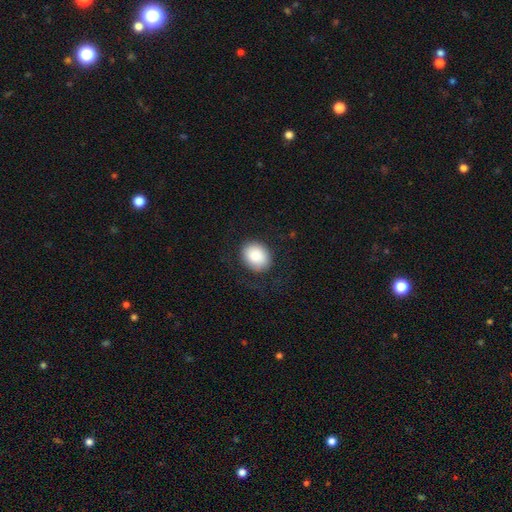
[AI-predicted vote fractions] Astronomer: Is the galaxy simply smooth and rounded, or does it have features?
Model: smooth — 87%.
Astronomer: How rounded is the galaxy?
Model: round — 55% (runner-up: in between, 44%).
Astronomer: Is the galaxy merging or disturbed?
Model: none — 77%.